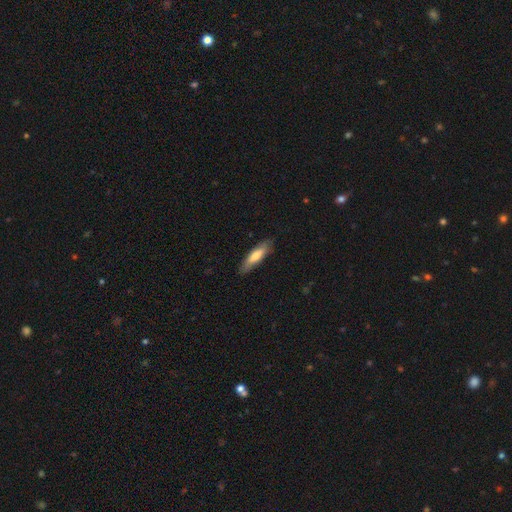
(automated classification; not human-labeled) A smooth galaxy with no disk features (67%) that is cigar-shaped (67%). Merging: none (83%).